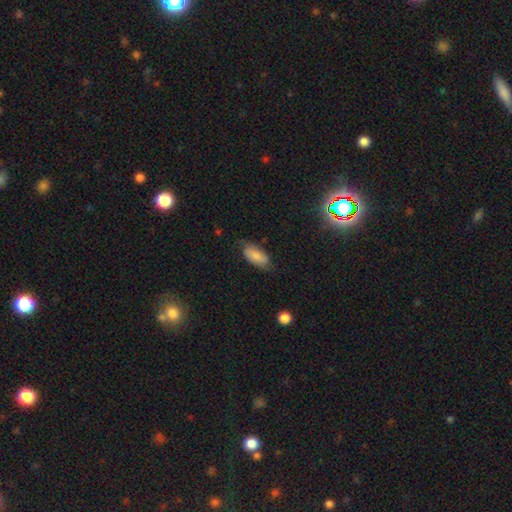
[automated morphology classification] A smooth galaxy with no disk features (75%) that is in between round and cigar-shaped (88%). Merging: none (65%).